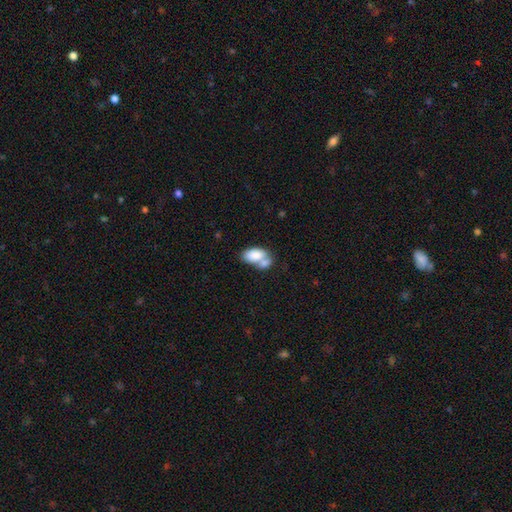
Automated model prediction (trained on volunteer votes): smooth_or_featured: smooth (p=0.81) [alt: featured or disk p=0.12]
how_rounded: in between (p=0.94) [alt: round p=0.04]
merging: merger (p=0.54) [alt: none p=0.30]